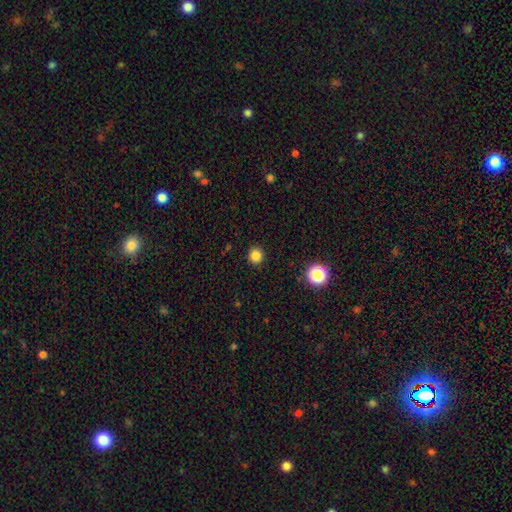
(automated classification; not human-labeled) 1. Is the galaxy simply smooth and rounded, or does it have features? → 83% smooth, 13% star or artifact, 4% featured or disk.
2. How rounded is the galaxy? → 94% round, 5% in between, 1% cigar-shaped.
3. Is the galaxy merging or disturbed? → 93% none, 5% minor disturbance, 2% major disturbance, 1% merger.